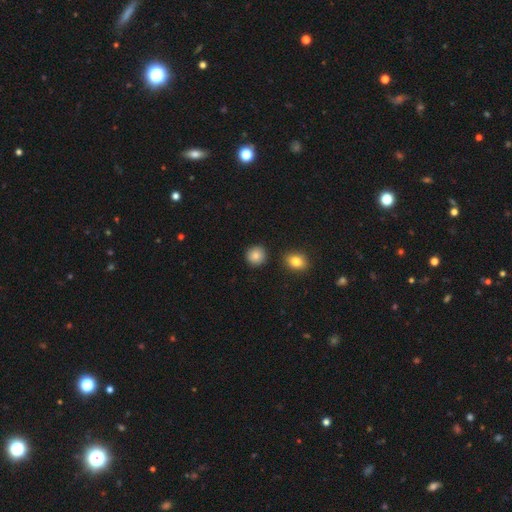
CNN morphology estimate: smooth_or_featured: smooth (p=0.86) [alt: star or artifact p=0.09]
how_rounded: round (p=0.90) [alt: in between p=0.09]
merging: none (p=0.89) [alt: minor disturbance p=0.06]